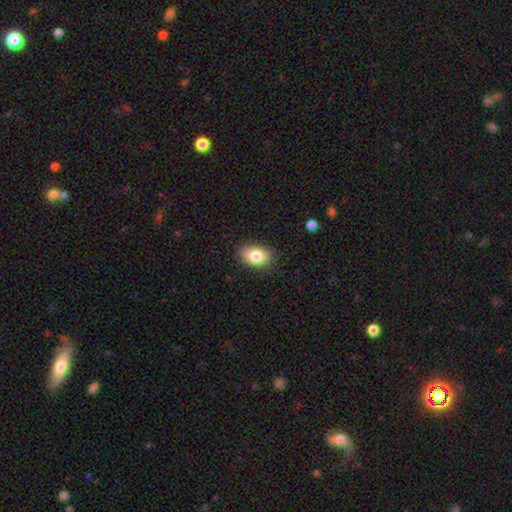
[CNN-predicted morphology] type=smooth (83%); roundness=in between (85%); merging=none (84%).